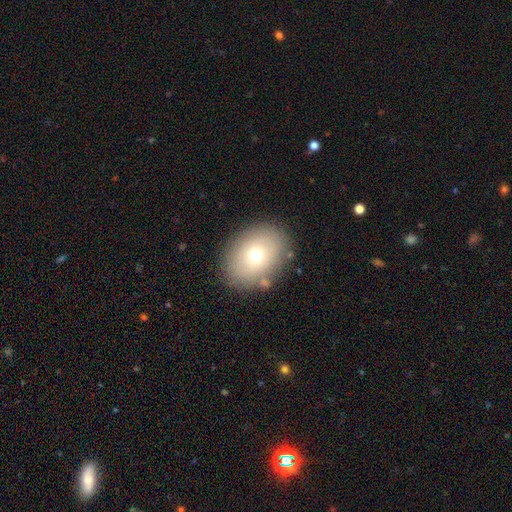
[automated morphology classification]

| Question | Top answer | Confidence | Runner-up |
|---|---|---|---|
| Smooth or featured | smooth | 71% | featured or disk (18%) |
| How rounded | in between | 68% | round (31%) |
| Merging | none | 85% | minor disturbance (9%) |